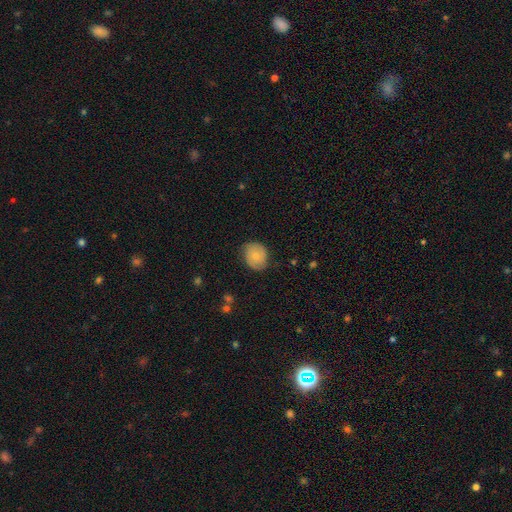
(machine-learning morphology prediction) type=smooth (63%); roundness=round (64%); merging=none (70%).